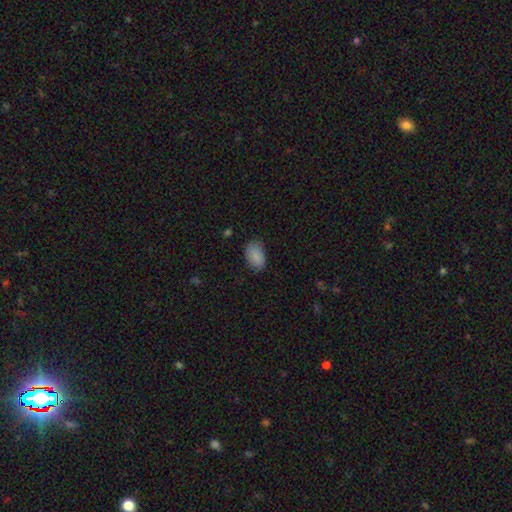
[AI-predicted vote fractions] Q: Smooth or featured?
A: smooth (88%); runner-up: star or artifact (8%)
Q: How rounded?
A: in between (91%); runner-up: round (8%)
Q: Merging?
A: none (77%); runner-up: minor disturbance (18%)